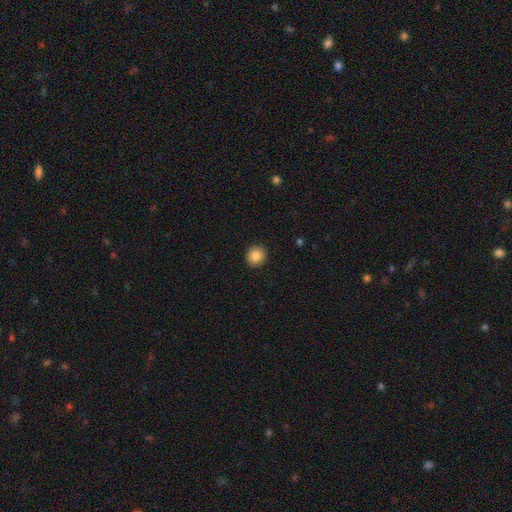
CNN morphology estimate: Smooth or featured?
  - smooth: 87% *
  - star or artifact: 9%
  - featured or disk: 4%
How rounded?
  - round: 90% *
  - in between: 10%
  - cigar-shaped: 1%
Merging?
  - none: 92% *
  - minor disturbance: 5%
  - major disturbance: 2%
  - merger: 1%